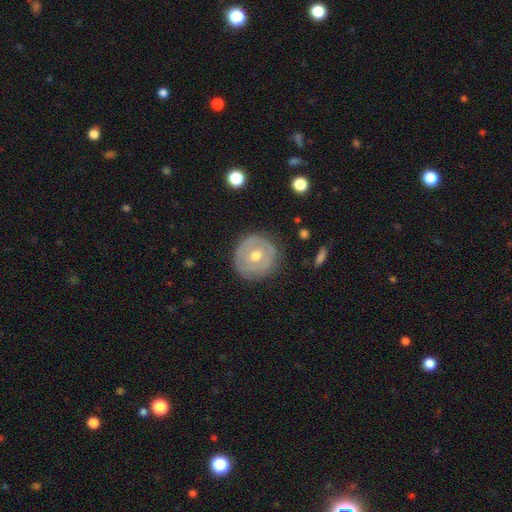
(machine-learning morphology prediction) Smooth or featured: featured or disk — 54% (smooth — 39%)
Edge-on disk: no — 95% (yes — 5%)
Bar: no — 80% (weak — 15%)
Spiral arms: no — 72% (yes — 28%)
Bulge size: moderate — 78% (small — 16%)
Merging: none — 83% (minor disturbance — 12%)